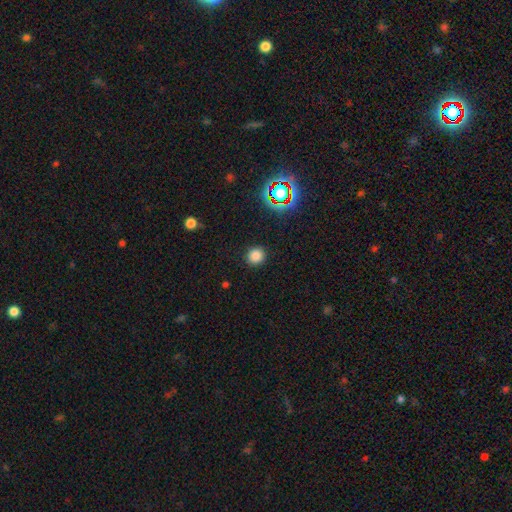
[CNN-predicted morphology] This is clearly a smooth galaxy (80%). How rounded: clearly round (88%). Merging: clearly none (90%).